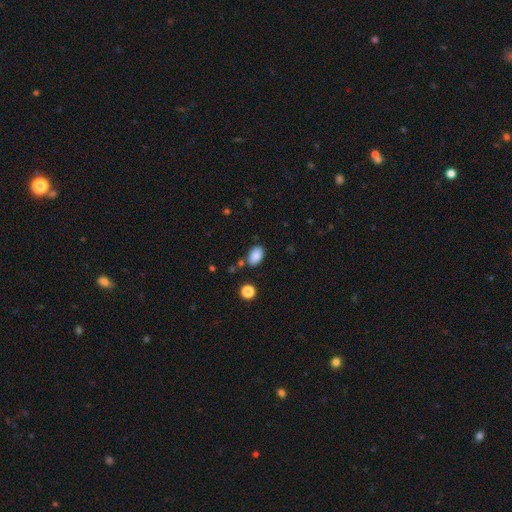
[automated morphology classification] type=smooth (87%); roundness=in between (90%); merging=none (79%).